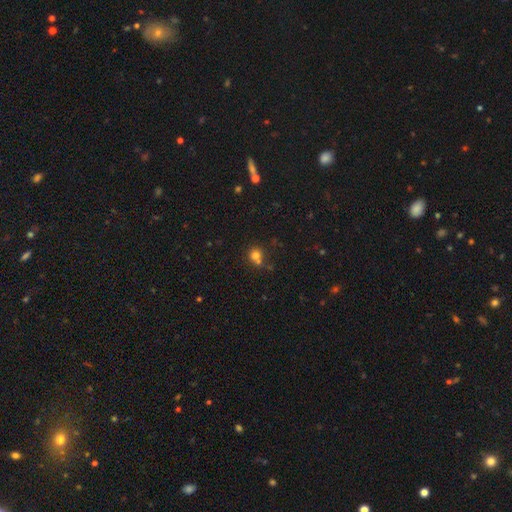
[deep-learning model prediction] Smooth or featured? smooth (75%)
How rounded? round (86%)
Merging? none (52%)